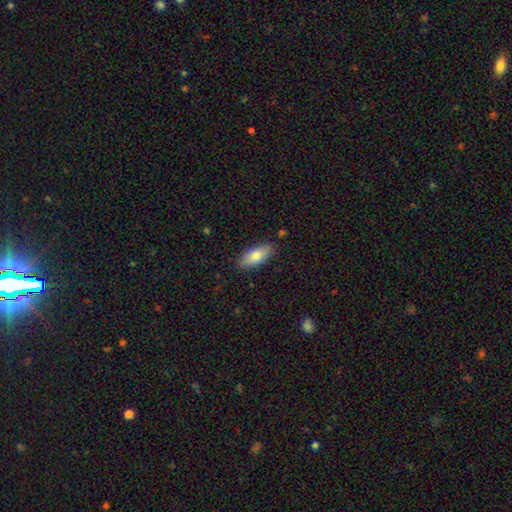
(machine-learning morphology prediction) A smooth galaxy with no disk features (78%) that is in between round and cigar-shaped (81%). Merging: none (86%).